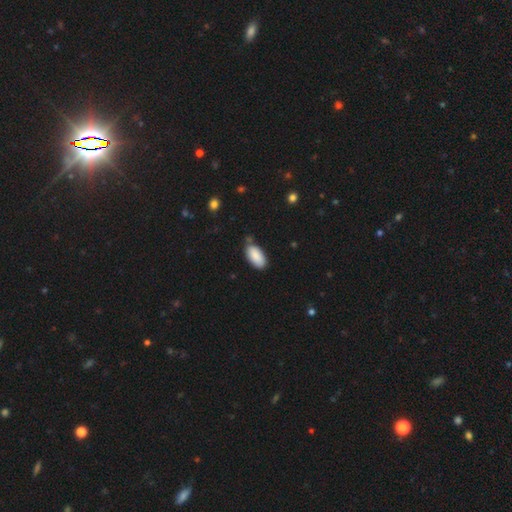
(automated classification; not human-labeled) Q: Smooth or featured?
A: smooth (89%); runner-up: star or artifact (6%)
Q: How rounded?
A: in between (94%); runner-up: cigar-shaped (4%)
Q: Merging?
A: none (72%); runner-up: minor disturbance (20%)